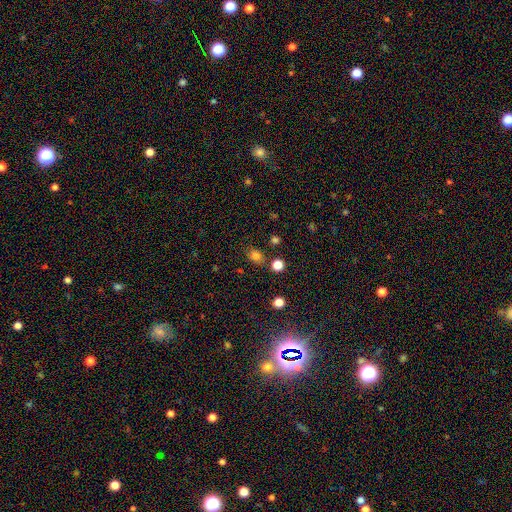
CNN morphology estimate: Q: Smooth or featured?
A: smooth (79%); runner-up: star or artifact (16%)
Q: How rounded?
A: round (50%); runner-up: in between (49%)
Q: Merging?
A: none (80%); runner-up: minor disturbance (12%)